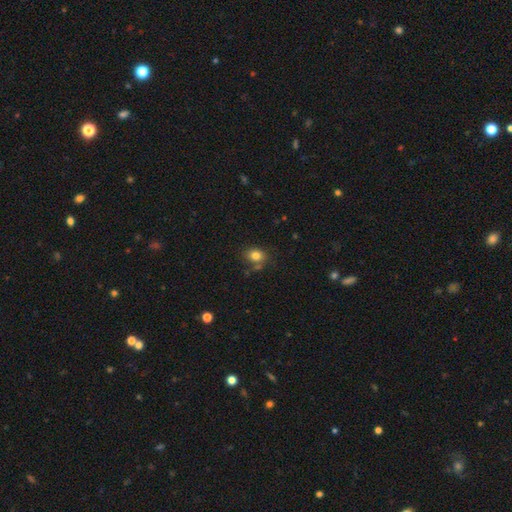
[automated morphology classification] Smooth or featured: smooth — 80% (star or artifact — 12%)
How rounded: in between — 53% (round — 46%)
Merging: none — 69% (minor disturbance — 16%)